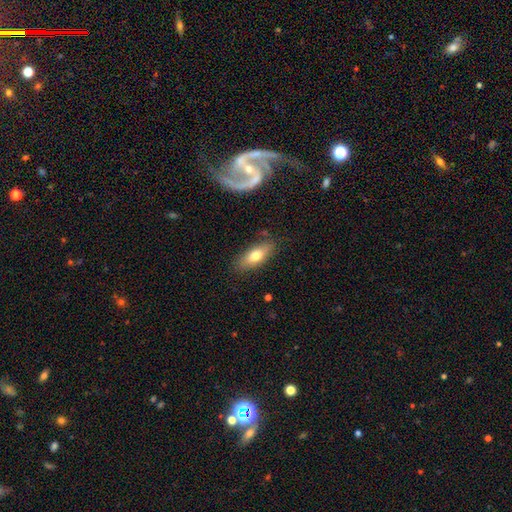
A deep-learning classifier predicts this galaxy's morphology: type=smooth (71%); roundness=in between (75%); merging=none (81%).